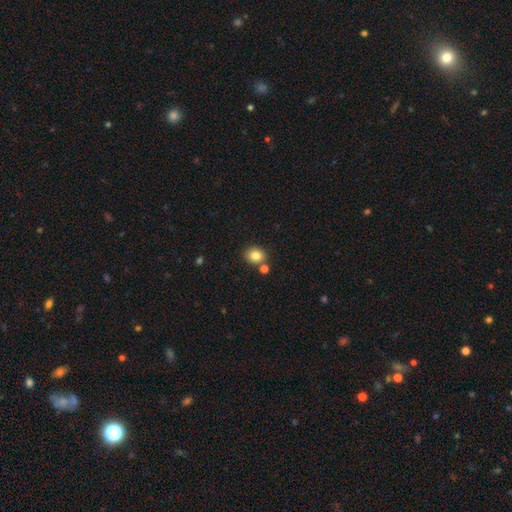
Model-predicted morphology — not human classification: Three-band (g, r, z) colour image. It shows a smooth galaxy with no disk features (82%) that is round (67%). Merging: none (75%).